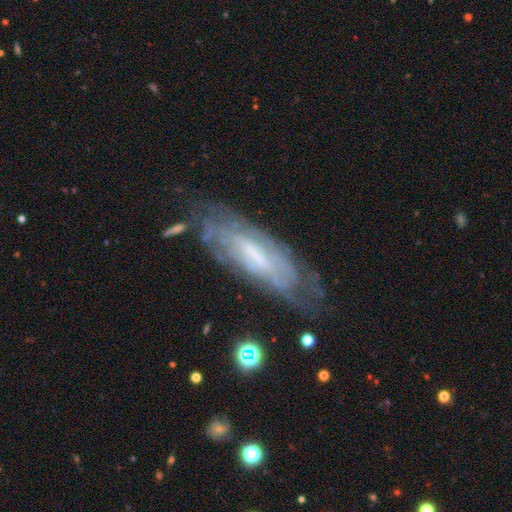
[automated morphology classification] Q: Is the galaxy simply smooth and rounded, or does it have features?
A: featured or disk — 72%.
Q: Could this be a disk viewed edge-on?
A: no — 76%.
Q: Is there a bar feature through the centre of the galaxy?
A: weak — 45%.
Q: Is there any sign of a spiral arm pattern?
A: yes — 80%.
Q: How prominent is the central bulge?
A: small — 42%.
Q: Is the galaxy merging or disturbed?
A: none — 67%.